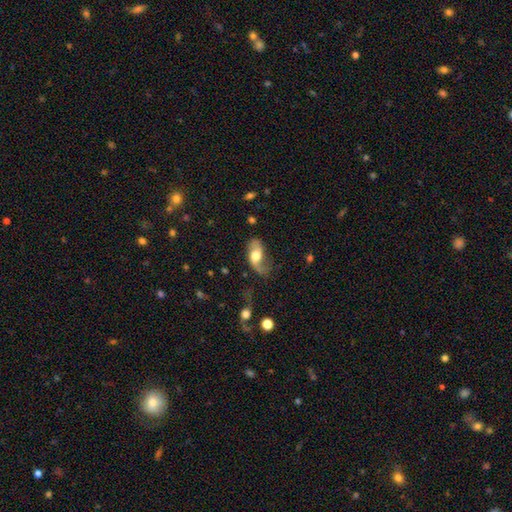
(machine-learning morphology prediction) Smooth or featured?
  - featured or disk: 60% *
  - smooth: 33%
  - star or artifact: 7%
Edge-on disk?
  - no: 90% *
  - yes: 10%
Bar?
  - no: 63% *
  - weak: 29%
  - strong: 8%
Spiral arms?
  - yes: 84% *
  - no: 16%
Bulge size?
  - moderate: 50% *
  - large: 38%
  - small: 7%
  - dominant: 4%
  - none: 2%
Merging?
  - none: 51% *
  - minor disturbance: 26%
  - major disturbance: 19%
  - merger: 3%